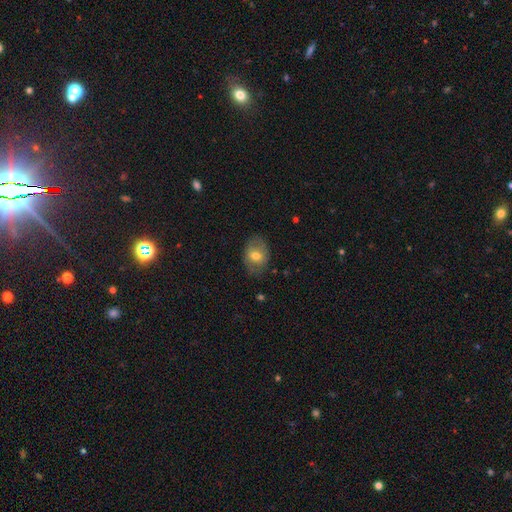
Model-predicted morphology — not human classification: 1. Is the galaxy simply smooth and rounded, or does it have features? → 63% smooth, 29% featured or disk, 8% star or artifact.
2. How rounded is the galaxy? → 65% in between, 34% round, 1% cigar-shaped.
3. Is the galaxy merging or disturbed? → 75% none, 18% minor disturbance, 5% major disturbance, 1% merger.